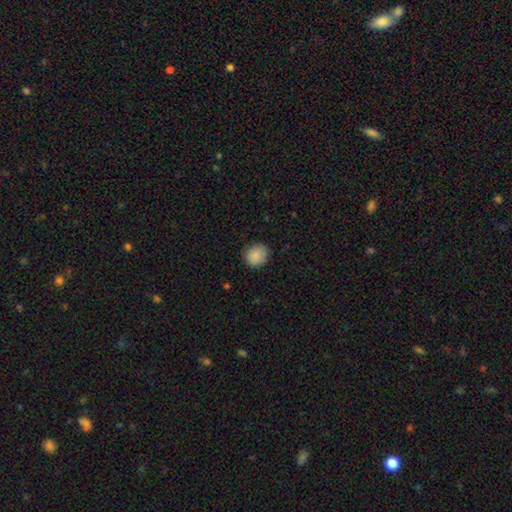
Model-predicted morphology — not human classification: Smooth or featured? smooth (87%)
How rounded? round (76%)
Merging? none (83%)